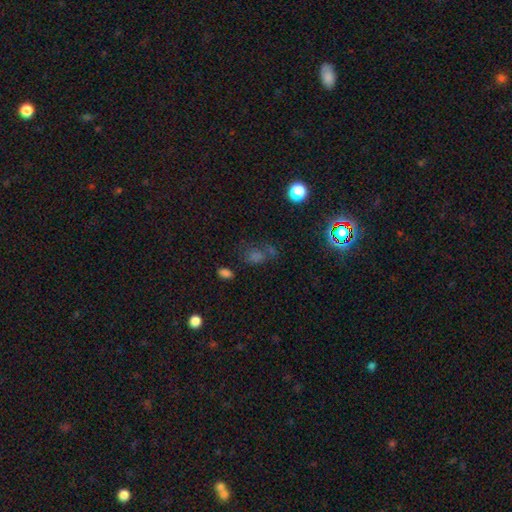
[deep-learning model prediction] Smooth or featured? star or artifact (46%)